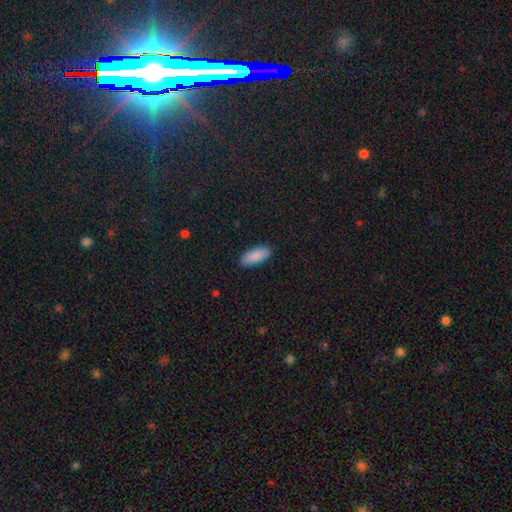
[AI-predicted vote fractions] Q: Smooth or featured?
A: smooth (89%); runner-up: star or artifact (6%)
Q: How rounded?
A: in between (77%); runner-up: cigar-shaped (21%)
Q: Merging?
A: none (89%); runner-up: minor disturbance (8%)